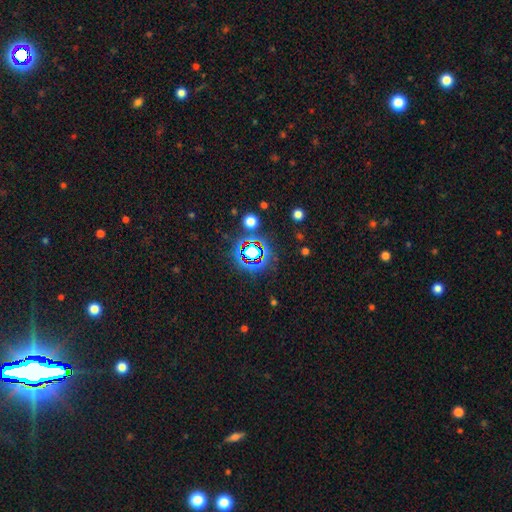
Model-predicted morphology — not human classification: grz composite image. It shows a star or artifact, not a galaxy (69%).